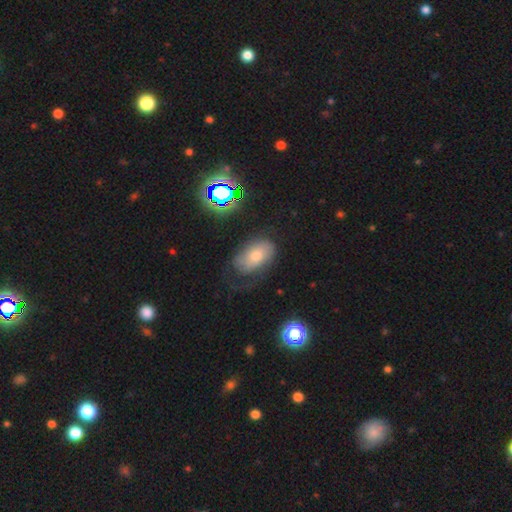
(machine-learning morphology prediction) A smooth galaxy with no disk features (49%). Merging: none (54%).